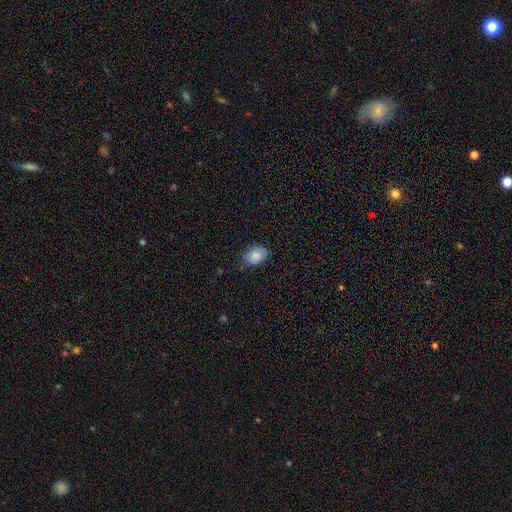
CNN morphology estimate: Overall: smooth (80%). How rounded: in between (67%; round 32%). Merging: none (73%).